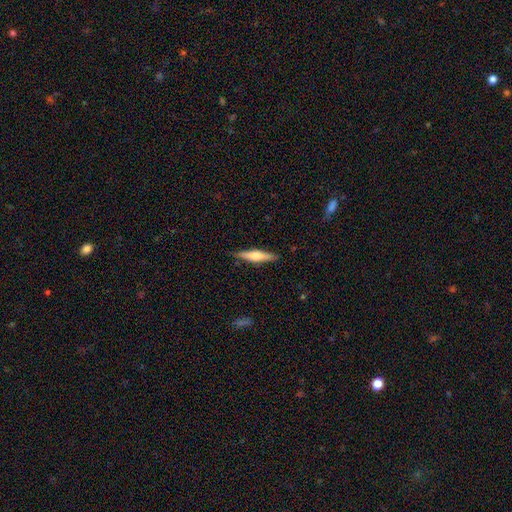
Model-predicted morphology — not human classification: A featured or disk galaxy (50%) viewed edge-on (96%).

Vote fractions:
- Smooth or featured? featured or disk: 50% / smooth: 44% / star or artifact: 6%
- Edge-on disk? yes: 96% / no: 4%
- Merging? none: 87% / minor disturbance: 10% / major disturbance: 2% / merger: 1%